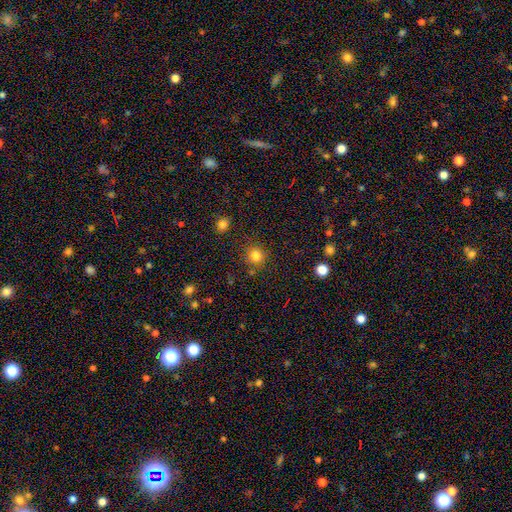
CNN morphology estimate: A smooth galaxy with no disk features (81%) that is round (90%).

Vote fractions:
- Smooth or featured? smooth: 81% / star or artifact: 14% / featured or disk: 5%
- How rounded? round: 90% / in between: 9% / cigar-shaped: 1%
- Merging? none: 83% / minor disturbance: 10% / merger: 5% / major disturbance: 3%